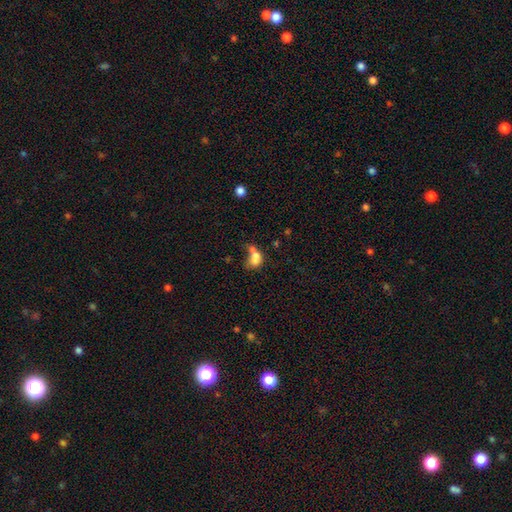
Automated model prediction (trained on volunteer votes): Overall: smooth (71%). How rounded: in between (74%). Merging: merger (56%; none 19%).